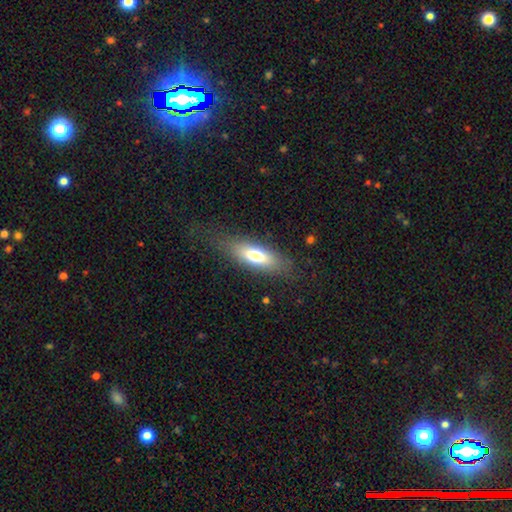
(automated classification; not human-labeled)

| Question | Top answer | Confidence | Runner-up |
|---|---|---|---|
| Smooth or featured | smooth | 68% | featured or disk (24%) |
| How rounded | in between | 65% | cigar-shaped (32%) |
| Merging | none | 77% | minor disturbance (15%) |